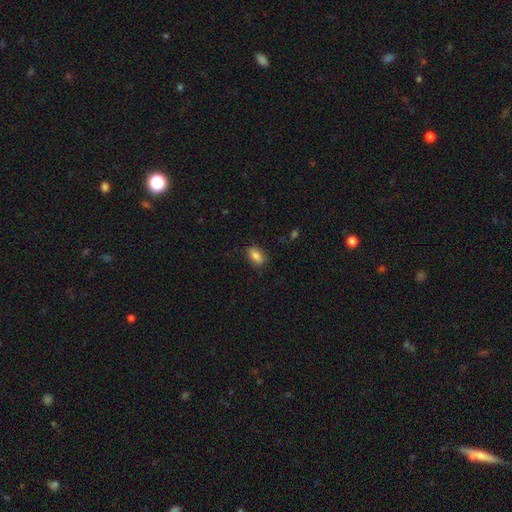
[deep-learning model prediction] The model was most divided on "merging": none: 81%, minor disturbance: 14%, major disturbance: 3%, merger: 1%. More confident: how rounded — in between (87%); smooth or featured — smooth (84%).